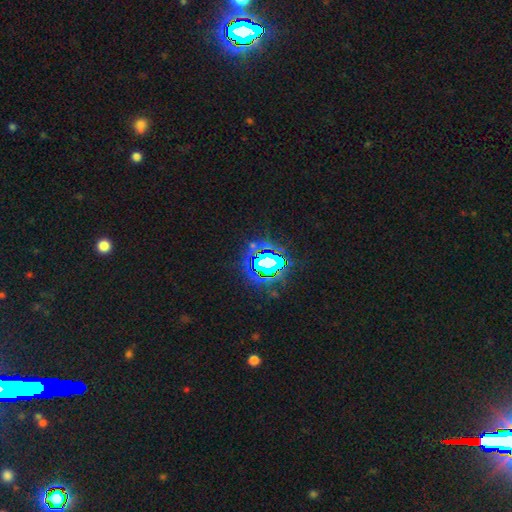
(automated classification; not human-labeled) A star or artifact, not a galaxy (83%).